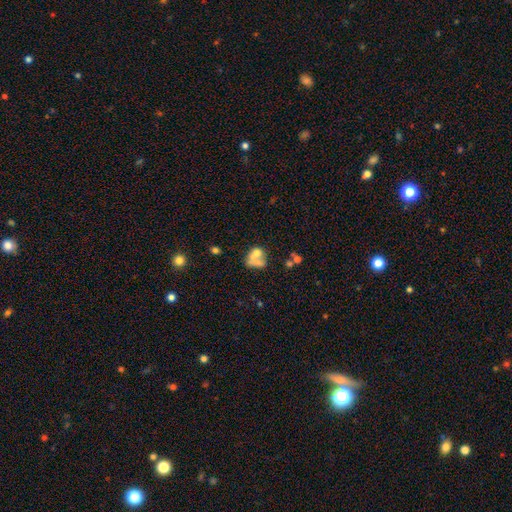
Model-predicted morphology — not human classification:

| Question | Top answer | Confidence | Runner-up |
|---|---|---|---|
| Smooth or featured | smooth | 53% | featured or disk (33%) |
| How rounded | in between | 54% | round (44%) |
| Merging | merger | 51% | none (23%) |